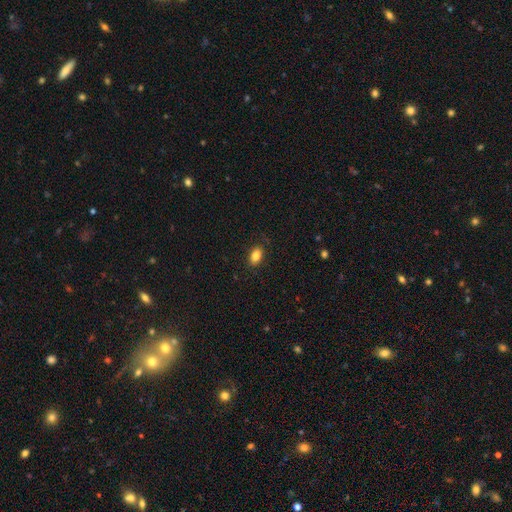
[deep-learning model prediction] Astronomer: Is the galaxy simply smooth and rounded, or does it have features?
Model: smooth — 85%.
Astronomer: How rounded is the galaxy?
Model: in between — 87%.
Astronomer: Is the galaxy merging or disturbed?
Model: none — 85%.